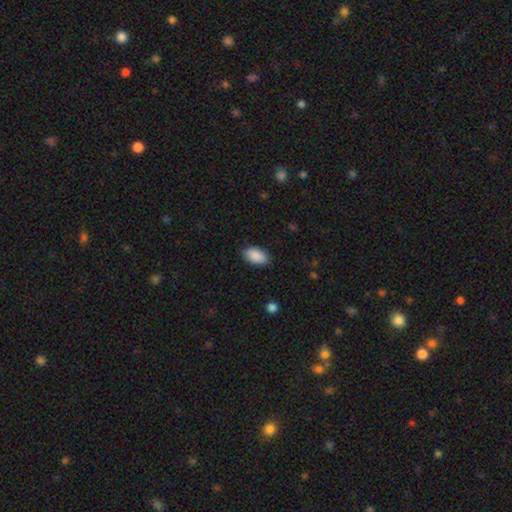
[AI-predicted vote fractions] smooth-or-featured: smooth: 90% | star or artifact: 7% | featured or disk: 3%
  how-rounded: in between: 95% | round: 3% | cigar-shaped: 2%
  merging: none: 87% | minor disturbance: 10% | major disturbance: 2% | merger: 1%